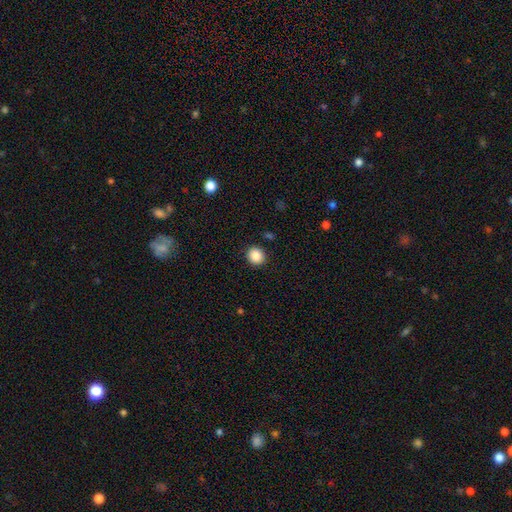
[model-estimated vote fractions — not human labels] This appears to be a smooth galaxy with no disk features (88%) that is round (83%). Merging: none (90%).